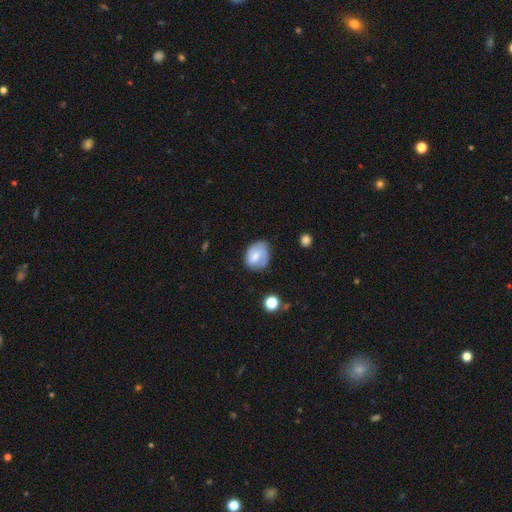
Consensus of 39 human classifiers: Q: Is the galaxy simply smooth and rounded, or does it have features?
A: featured or disk — 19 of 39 (49%).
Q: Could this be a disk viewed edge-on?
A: no — 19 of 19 (100%).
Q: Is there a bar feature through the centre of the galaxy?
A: weak — 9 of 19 (47%).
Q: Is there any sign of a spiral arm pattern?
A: yes — 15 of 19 (79%).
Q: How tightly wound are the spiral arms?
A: tight — 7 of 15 (47%).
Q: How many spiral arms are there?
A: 2 — 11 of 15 (73%).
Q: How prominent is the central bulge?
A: small — 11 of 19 (58%).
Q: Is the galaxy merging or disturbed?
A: none — 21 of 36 (58%).